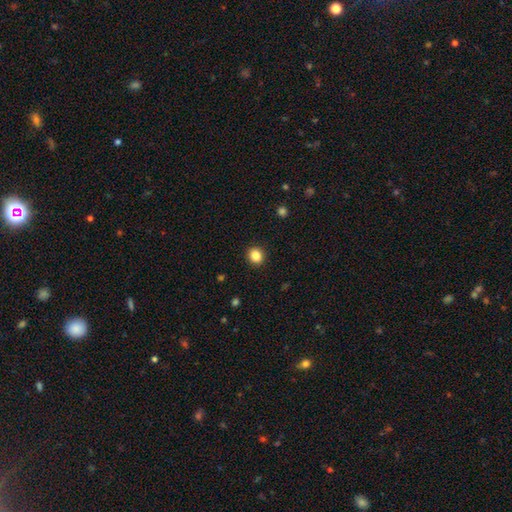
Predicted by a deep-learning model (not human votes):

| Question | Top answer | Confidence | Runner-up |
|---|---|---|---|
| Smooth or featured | smooth | 86% | star or artifact (10%) |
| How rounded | round | 77% | in between (22%) |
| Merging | none | 91% | minor disturbance (6%) |